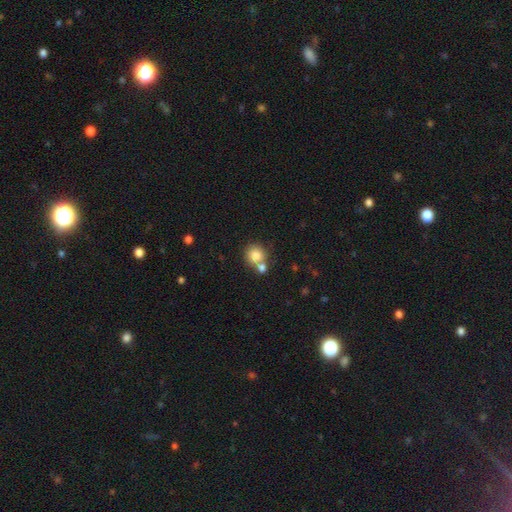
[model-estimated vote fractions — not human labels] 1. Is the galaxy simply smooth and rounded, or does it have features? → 81% smooth, 10% star or artifact, 9% featured or disk.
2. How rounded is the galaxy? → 88% round, 11% in between, 1% cigar-shaped.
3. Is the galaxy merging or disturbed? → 55% none, 33% merger, 9% minor disturbance, 3% major disturbance.